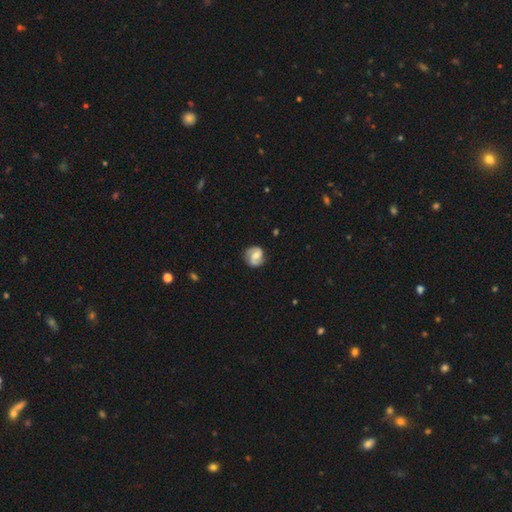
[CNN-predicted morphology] A featured or disk galaxy (71%) with a weak bar (47%), 2 (89%) medium (47%) spiral arms (93%) and a moderate central bulge (53%). Merging: none (80%).